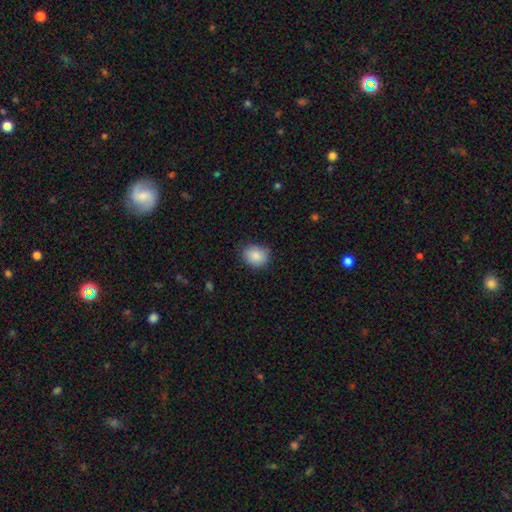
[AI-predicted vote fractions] Q: Smooth or featured?
A: smooth (87%); runner-up: star or artifact (8%)
Q: How rounded?
A: round (61%); runner-up: in between (38%)
Q: Merging?
A: none (81%); runner-up: minor disturbance (15%)